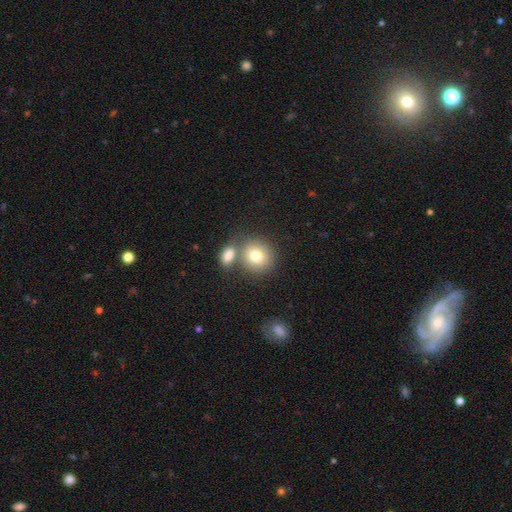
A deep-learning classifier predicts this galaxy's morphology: The model was most divided on "merging": none: 53%, merger: 35%, minor disturbance: 10%, major disturbance: 3%. More confident: smooth or featured — smooth (80%); how rounded — round (78%).